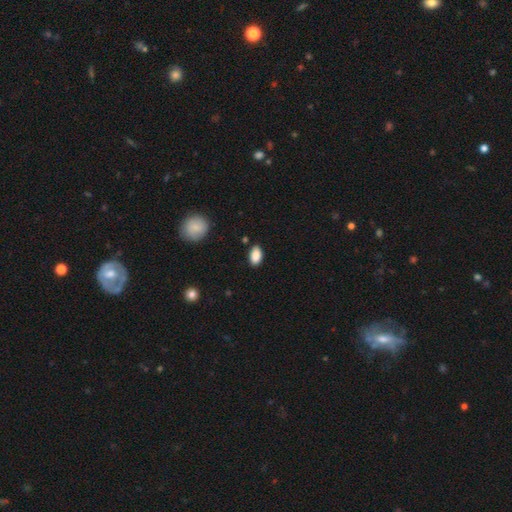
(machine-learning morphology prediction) Smooth or featured?
  - smooth: 89% *
  - star or artifact: 7%
  - featured or disk: 4%
How rounded?
  - in between: 92% *
  - round: 6%
  - cigar-shaped: 2%
Merging?
  - none: 84% *
  - minor disturbance: 12%
  - major disturbance: 2%
  - merger: 2%